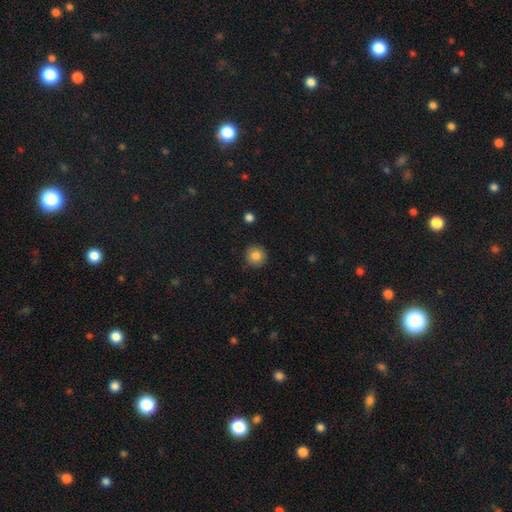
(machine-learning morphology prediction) Q: Smooth or featured?
A: smooth (83%); runner-up: star or artifact (9%)
Q: How rounded?
A: round (95%); runner-up: in between (4%)
Q: Merging?
A: none (91%); runner-up: minor disturbance (6%)